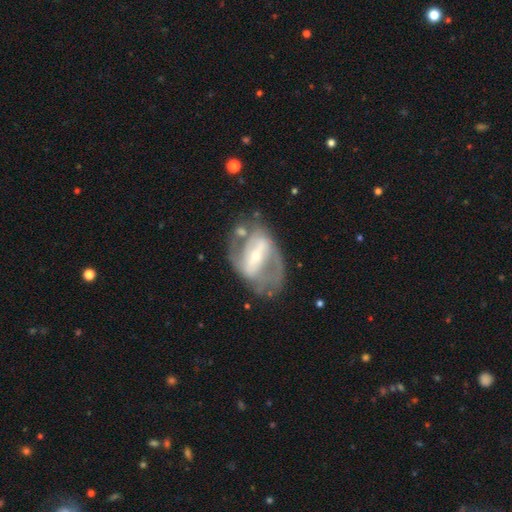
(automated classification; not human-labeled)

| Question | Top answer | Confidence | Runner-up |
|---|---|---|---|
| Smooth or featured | featured or disk | 84% | smooth (10%) |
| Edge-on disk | no | 95% | yes (5%) |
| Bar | strong | 62% | weak (27%) |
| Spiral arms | yes | 84% | no (16%) |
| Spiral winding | medium | 48% | loose (27%) |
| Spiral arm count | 2 | 80% | can't tell (11%) |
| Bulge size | small | 63% | moderate (31%) |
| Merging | none | 58% | minor disturbance (20%) |